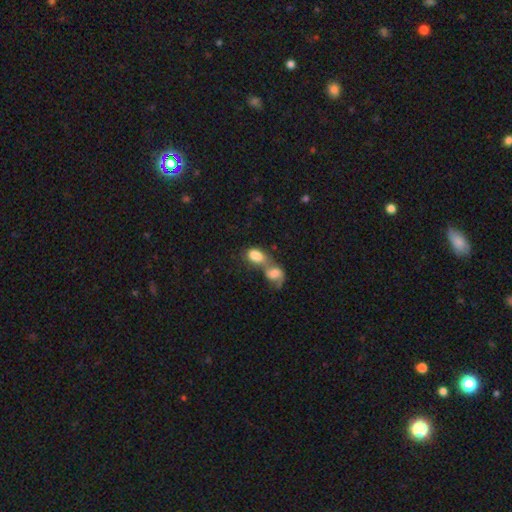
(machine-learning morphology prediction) A smooth galaxy with no disk features (72%) that is in between round and cigar-shaped (84%).

Vote fractions:
- Smooth or featured? smooth: 72% / featured or disk: 20% / star or artifact: 8%
- How rounded? in between: 84% / round: 13% / cigar-shaped: 3%
- Merging? merger: 78% / none: 11% / major disturbance: 5% / minor disturbance: 5%